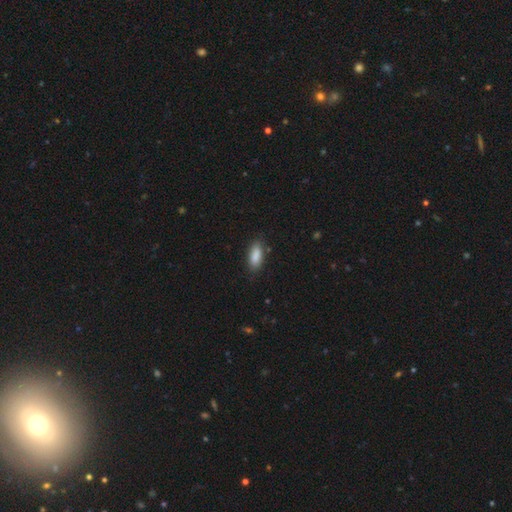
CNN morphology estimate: Smooth or featured? smooth (87%)
How rounded? in between (80%)
Merging? none (82%)